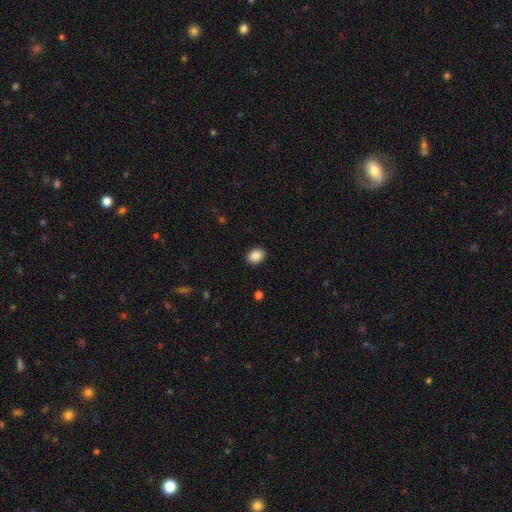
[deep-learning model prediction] This is clearly a smooth galaxy (89%). How rounded: likely in between (61%). Merging: clearly none (90%).